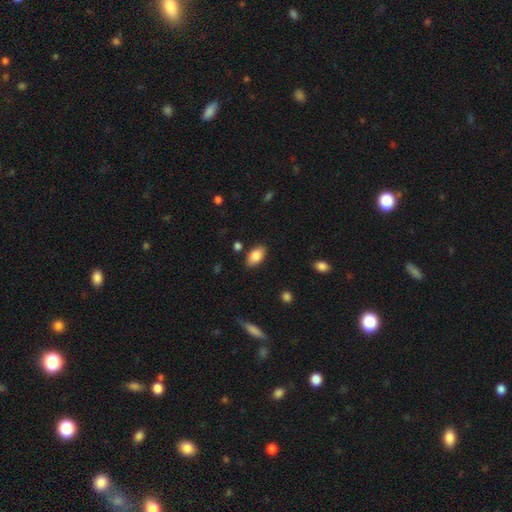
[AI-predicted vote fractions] Smooth or featured? smooth (85%)
How rounded? in between (93%)
Merging? none (84%)